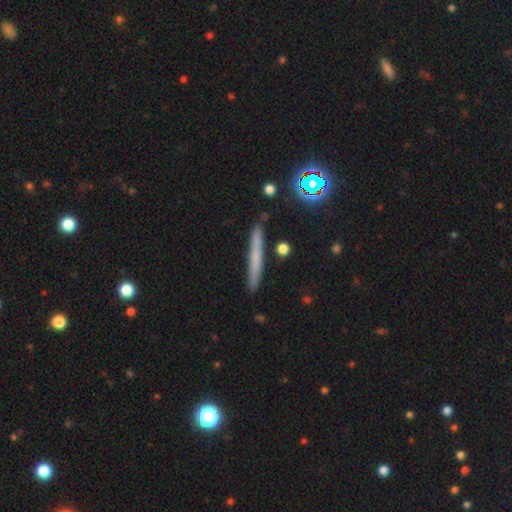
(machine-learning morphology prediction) Overall: smooth (56%; featured or disk 31%). How rounded: cigar-shaped (95%). Merging: none (87%).